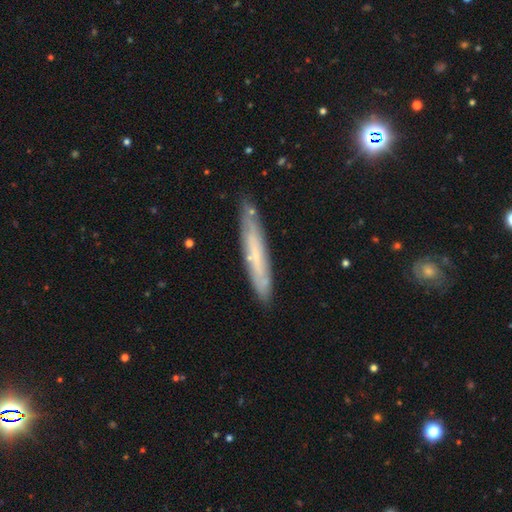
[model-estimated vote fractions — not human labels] Morphology: type=featured or disk (48%); merging=none (83%).